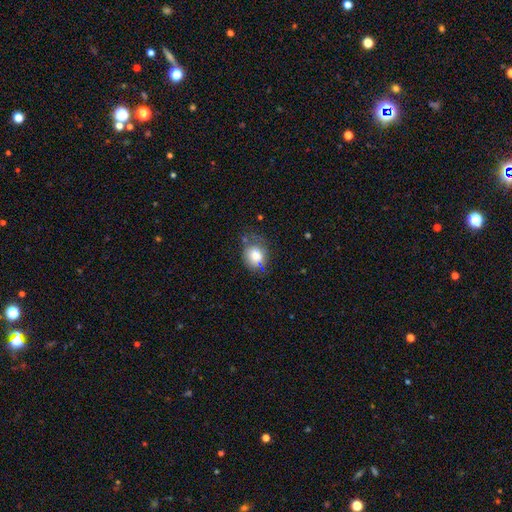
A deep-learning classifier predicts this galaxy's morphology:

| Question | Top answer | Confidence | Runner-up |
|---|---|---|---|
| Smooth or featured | smooth | 77% | featured or disk (13%) |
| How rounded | round | 61% | in between (38%) |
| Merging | none | 59% | minor disturbance (26%) |